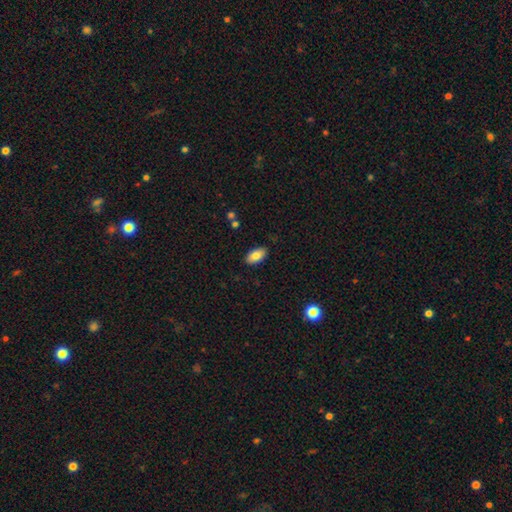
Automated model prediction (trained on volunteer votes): Q: Smooth or featured?
A: smooth (82%); runner-up: featured or disk (11%)
Q: How rounded?
A: in between (94%); runner-up: round (3%)
Q: Merging?
A: none (87%); runner-up: minor disturbance (10%)